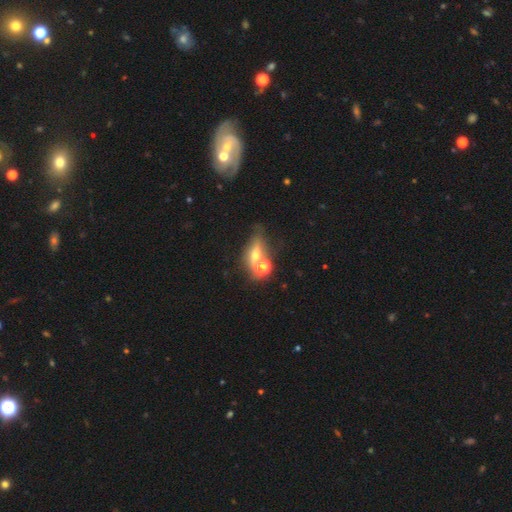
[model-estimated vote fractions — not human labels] Smooth or featured? Predicted: smooth (p=0.51). How rounded? Predicted: in between (p=0.57). Merging? Predicted: none (p=0.41).